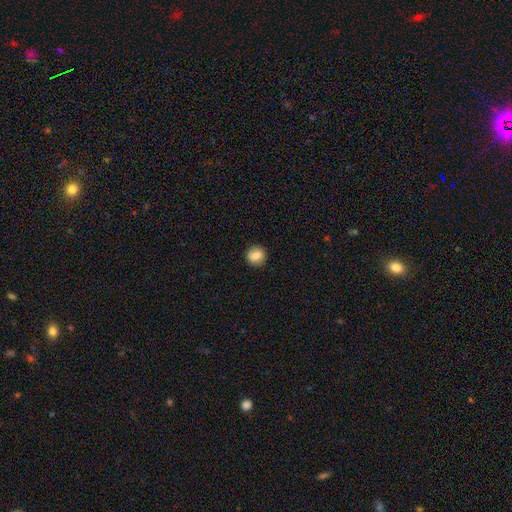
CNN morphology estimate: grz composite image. It shows a smooth galaxy with no disk features (79%) that is round (81%). Merging: none (88%).